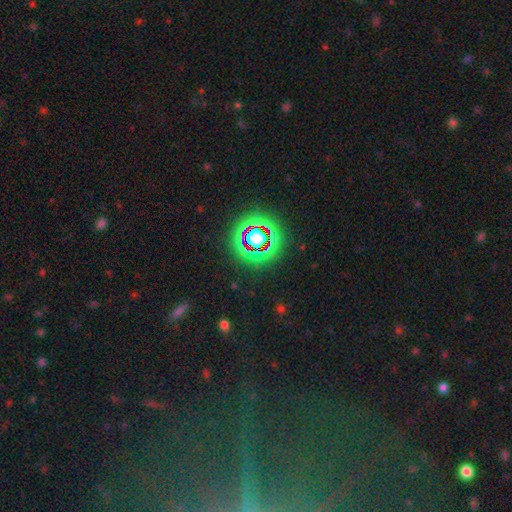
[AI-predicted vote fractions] Smooth or featured?
  - star or artifact: 67% *
  - smooth: 18%
  - featured or disk: 15%